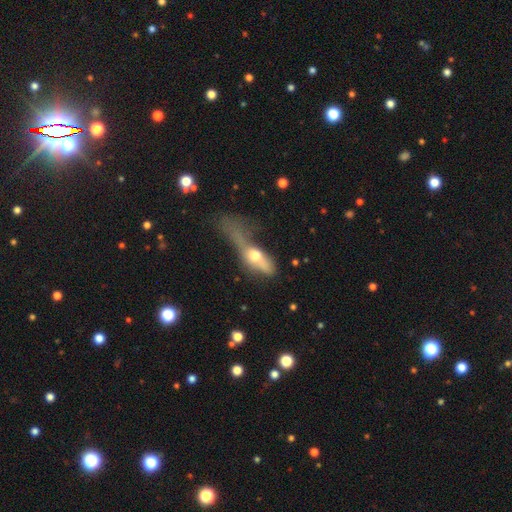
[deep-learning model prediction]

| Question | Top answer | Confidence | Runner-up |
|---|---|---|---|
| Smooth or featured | smooth | 58% | featured or disk (33%) |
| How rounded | in between | 64% | cigar-shaped (27%) |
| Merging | major disturbance | 58% | minor disturbance (16%) |